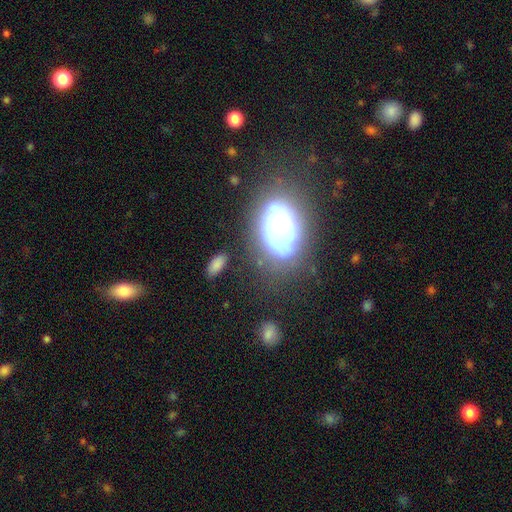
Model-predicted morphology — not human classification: Smooth or featured? Predicted: featured or disk (p=0.57). Edge-on disk? Predicted: no (p=0.93). Bar? Predicted: no (p=0.82). Spiral arms? Predicted: yes (p=0.57). Bulge size? Predicted: moderate (p=0.36). Merging? Predicted: none (p=0.61).